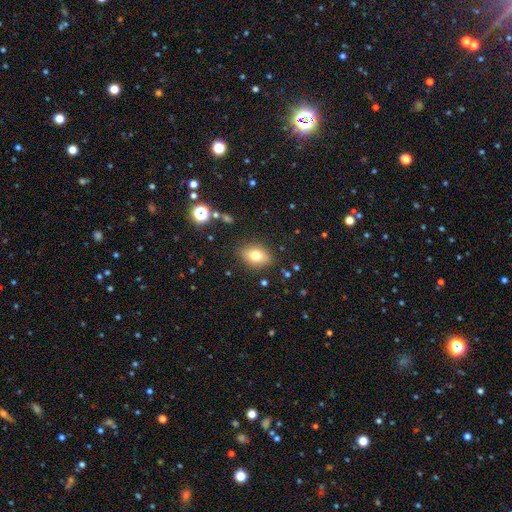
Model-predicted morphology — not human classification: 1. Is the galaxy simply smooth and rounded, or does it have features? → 74% smooth, 15% featured or disk, 11% star or artifact.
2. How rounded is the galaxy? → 74% in between, 24% round, 2% cigar-shaped.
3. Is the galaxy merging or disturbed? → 84% none, 11% minor disturbance, 3% major disturbance, 2% merger.